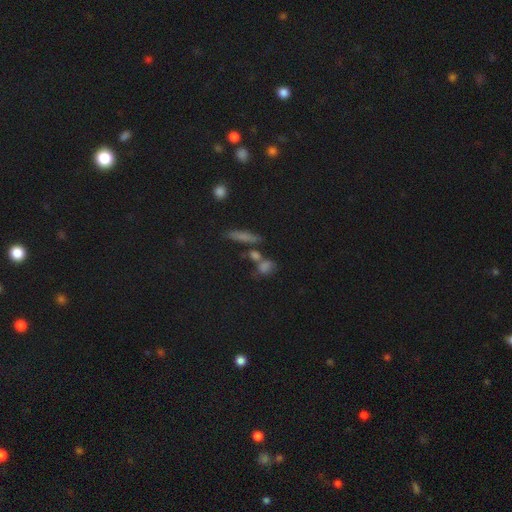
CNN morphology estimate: The model was most divided on "smooth or featured": smooth: 50%, star or artifact: 31%, featured or disk: 19%. More confident: merging — none (63%).